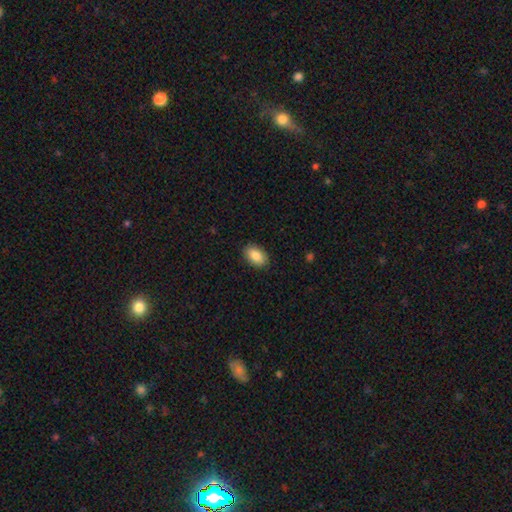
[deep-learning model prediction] The model was most divided on "smooth or featured": smooth: 85%, featured or disk: 8%, star or artifact: 7%. More confident: how rounded — in between (91%); merging — none (89%).